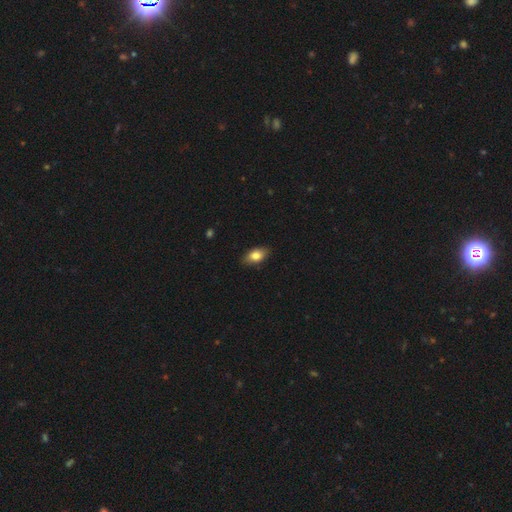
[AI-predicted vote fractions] Overall: smooth (82%). How rounded: in between (90%). Merging: none (85%).